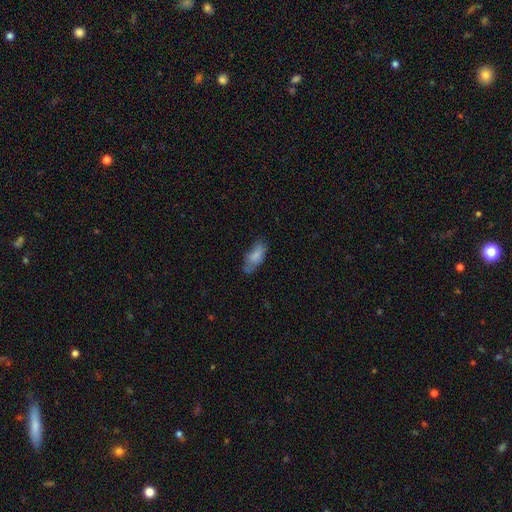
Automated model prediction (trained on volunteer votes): smooth_or_featured: smooth (p=0.77) [alt: featured or disk p=0.15]
how_rounded: in between (p=0.85) [alt: cigar-shaped p=0.12]
merging: none (p=0.55) [alt: minor disturbance p=0.31]